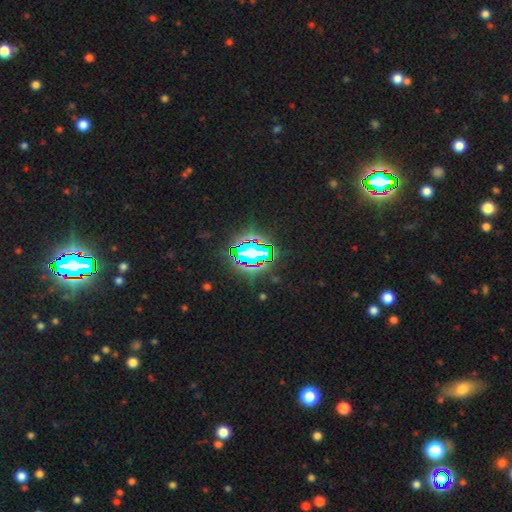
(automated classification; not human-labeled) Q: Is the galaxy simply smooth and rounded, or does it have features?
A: star or artifact — 72%.